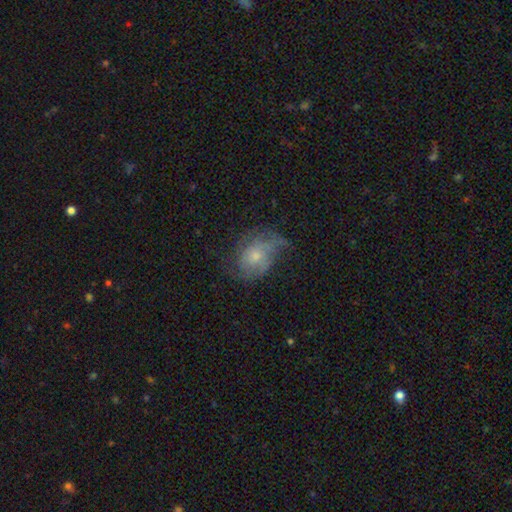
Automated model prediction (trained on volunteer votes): This appears to be a featured or disk galaxy (53%) with no bar (79%), spiral arms (75%) and a small central bulge (52%). Merging: none (43%).